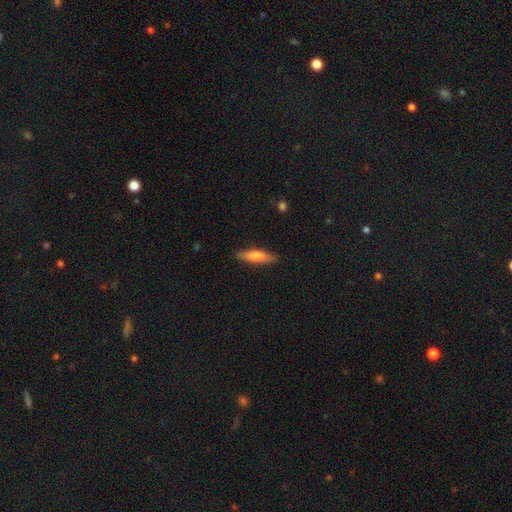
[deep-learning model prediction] Overall: smooth (70%). How rounded: cigar-shaped (68%; in between 30%). Merging: none (87%).